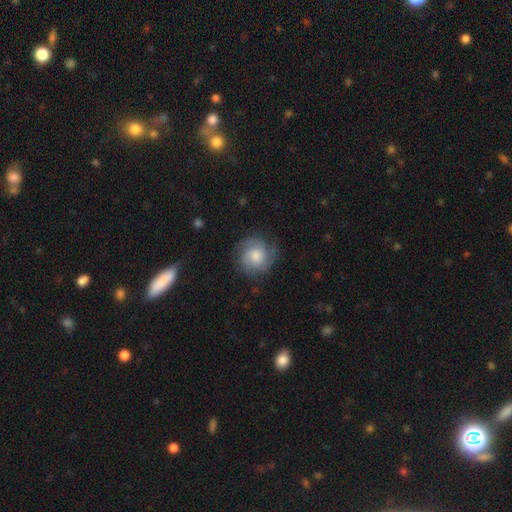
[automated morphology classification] Q: Smooth or featured?
A: featured or disk (49%); runner-up: smooth (44%)
Q: Merging?
A: none (73%); runner-up: minor disturbance (18%)